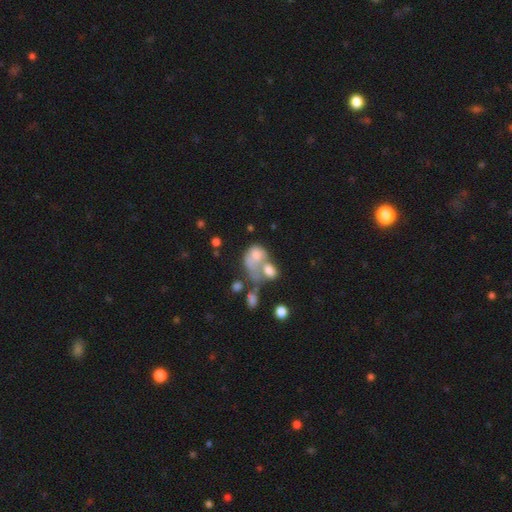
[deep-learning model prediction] smooth-or-featured: smooth: 57% | featured or disk: 32% | star or artifact: 11%
  how-rounded: in between: 65% | round: 33% | cigar-shaped: 1%
  merging: merger: 59% | major disturbance: 20% | none: 12% | minor disturbance: 9%